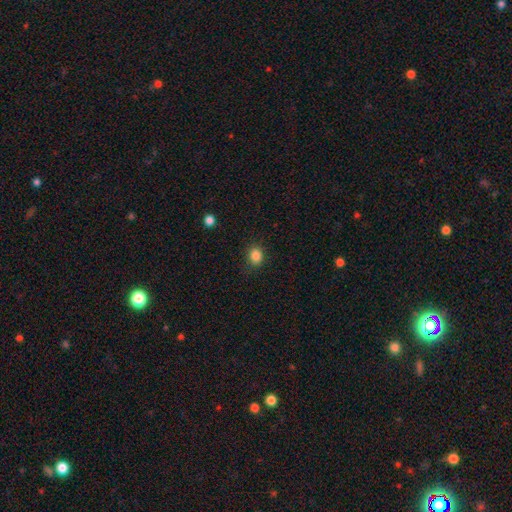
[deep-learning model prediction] Smooth or featured? Predicted: smooth (p=0.85). How rounded? Predicted: round (p=0.59). Merging? Predicted: none (p=0.85).